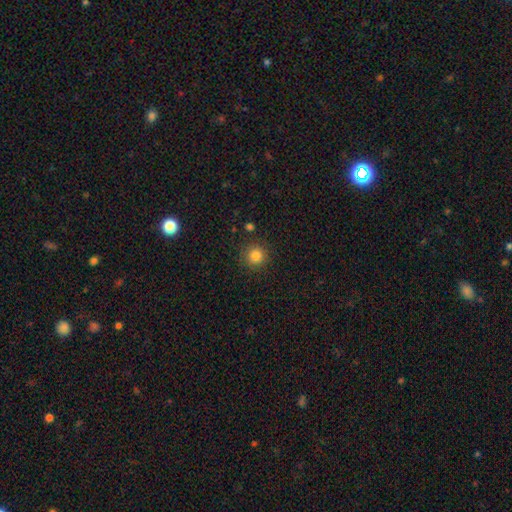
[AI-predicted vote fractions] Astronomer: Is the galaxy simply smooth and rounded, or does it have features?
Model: smooth — 83%.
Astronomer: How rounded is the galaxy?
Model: round — 94%.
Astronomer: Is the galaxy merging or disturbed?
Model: none — 88%.